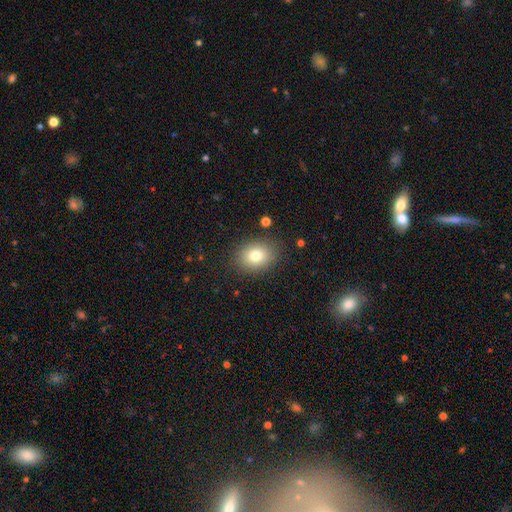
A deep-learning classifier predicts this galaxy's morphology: Overall: smooth (79%). How rounded: in between (59%; round 40%). Merging: none (86%).